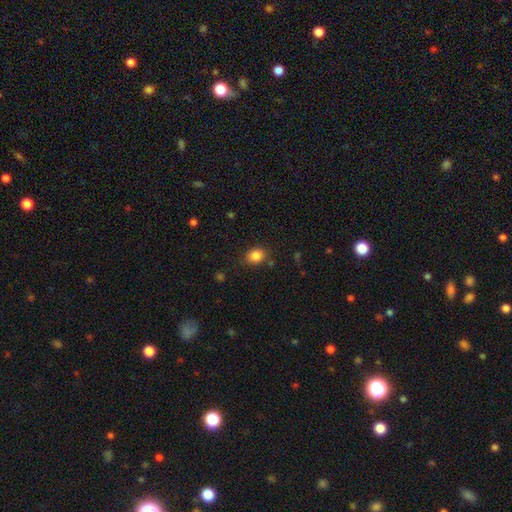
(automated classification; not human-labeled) Smooth or featured?
  - smooth: 85% *
  - star or artifact: 10%
  - featured or disk: 4%
How rounded?
  - round: 55% *
  - in between: 44%
  - cigar-shaped: 1%
Merging?
  - none: 80% *
  - minor disturbance: 13%
  - major disturbance: 4%
  - merger: 3%